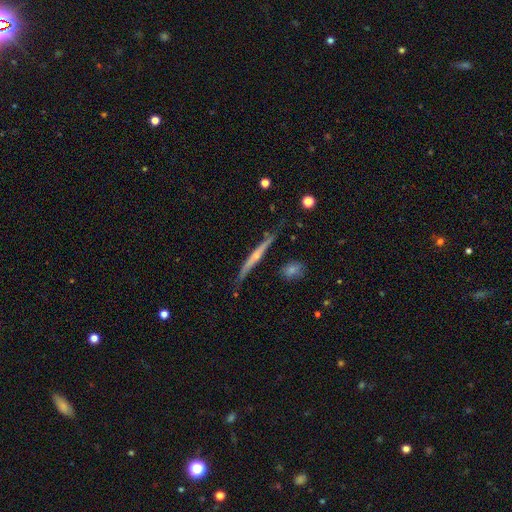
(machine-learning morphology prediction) Smooth or featured? Predicted: featured or disk (p=0.71). Edge-on disk? Predicted: yes (p=0.97). Edge-on bulge? Predicted: rounded (p=0.67). Merging? Predicted: none (p=0.79).